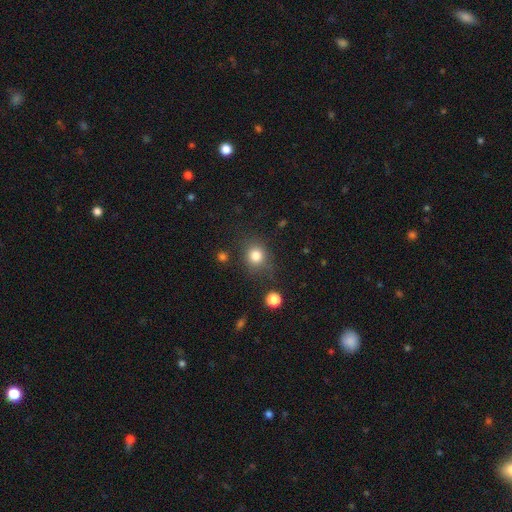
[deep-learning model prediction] Morphology: type=smooth (82%); roundness=round (80%); merging=none (77%).